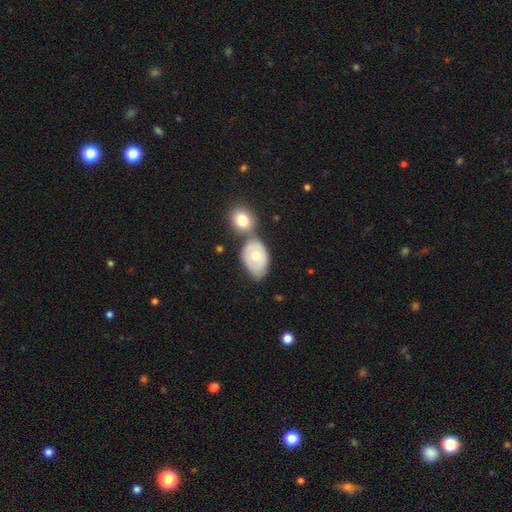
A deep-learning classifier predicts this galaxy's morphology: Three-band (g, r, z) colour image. It shows a smooth galaxy with no disk features (54%) that is in between round and cigar-shaped (79%). Merging: merger (40%).